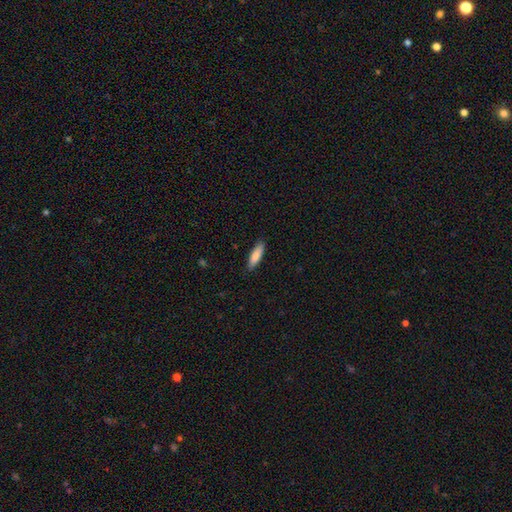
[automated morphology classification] Smooth or featured? Predicted: smooth (p=0.85). How rounded? Predicted: cigar-shaped (p=0.61). Merging? Predicted: none (p=0.87).